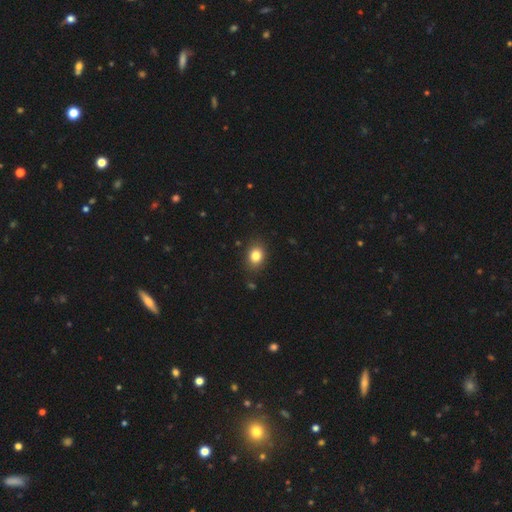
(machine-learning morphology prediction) Smooth or featured: smooth — 83% (star or artifact — 10%)
How rounded: in between — 56% (round — 43%)
Merging: none — 86% (minor disturbance — 10%)